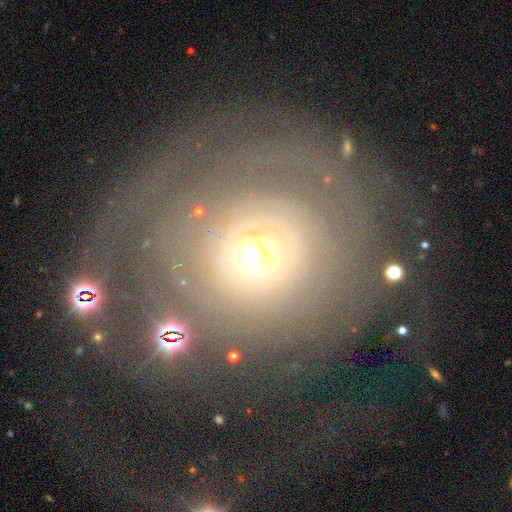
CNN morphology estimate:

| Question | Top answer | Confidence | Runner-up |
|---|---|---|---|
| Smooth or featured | featured or disk | 65% | smooth (23%) |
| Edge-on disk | no | 96% | yes (4%) |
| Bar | no | 85% | weak (11%) |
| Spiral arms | yes | 62% | no (38%) |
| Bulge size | moderate | 48% | small (36%) |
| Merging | none | 60% | major disturbance (20%) |